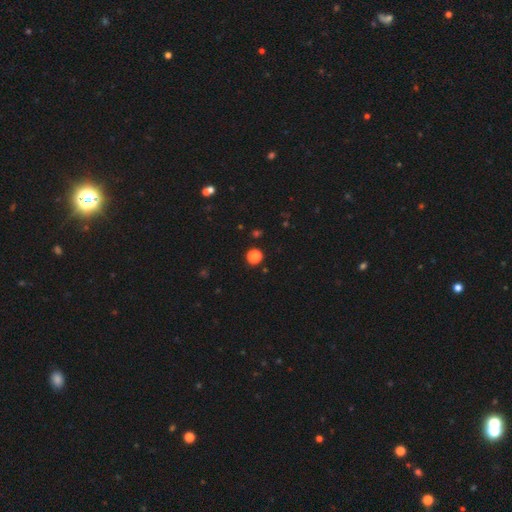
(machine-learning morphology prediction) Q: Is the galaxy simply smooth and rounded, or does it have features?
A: smooth — 69%.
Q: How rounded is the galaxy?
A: round — 87%.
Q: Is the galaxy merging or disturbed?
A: none — 89%.